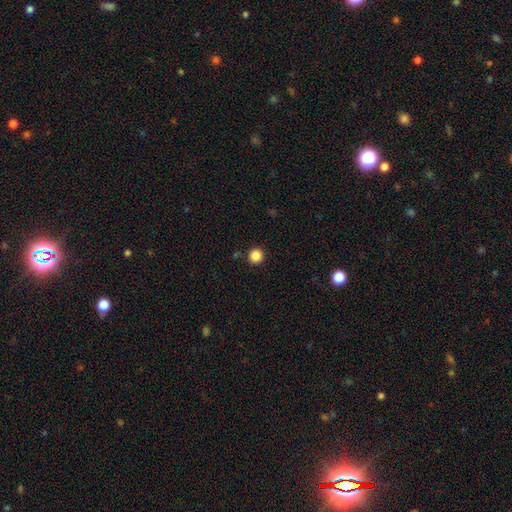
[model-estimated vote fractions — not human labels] smooth-or-featured: smooth: 86% | star or artifact: 11% | featured or disk: 3%
  how-rounded: round: 95% | in between: 4% | cigar-shaped: 1%
  merging: none: 90% | minor disturbance: 5% | merger: 3% | major disturbance: 2%